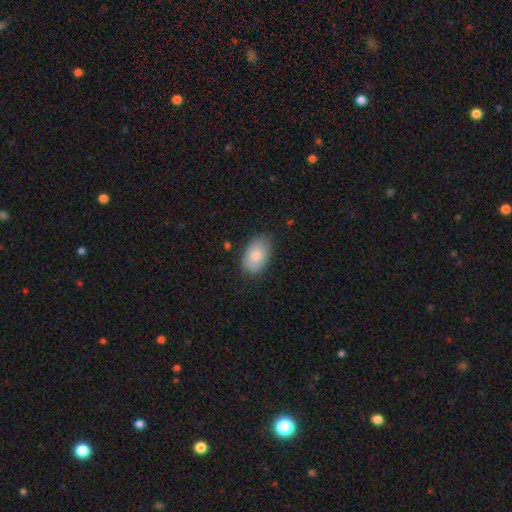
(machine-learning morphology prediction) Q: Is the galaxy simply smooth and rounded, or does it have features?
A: smooth — 78%.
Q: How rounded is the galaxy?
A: in between — 91%.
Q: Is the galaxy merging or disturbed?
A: none — 76%.